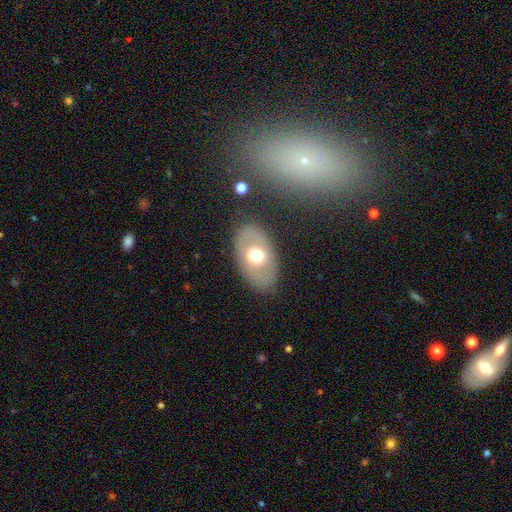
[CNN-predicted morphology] A smooth galaxy with no disk features (48%). Merging: none (83%).